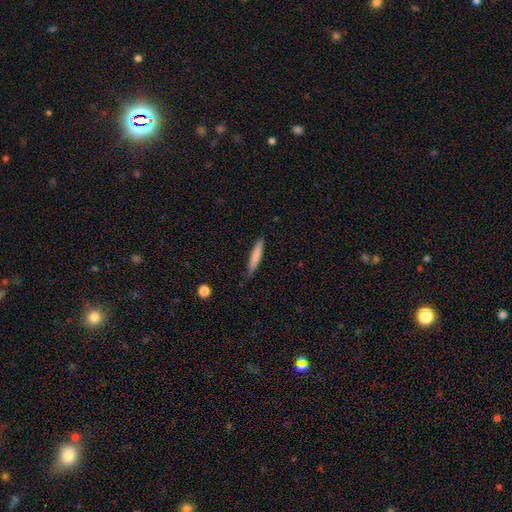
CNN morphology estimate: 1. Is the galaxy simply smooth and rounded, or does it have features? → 75% smooth, 19% featured or disk, 6% star or artifact.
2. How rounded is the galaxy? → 91% cigar-shaped, 7% in between, 1% round.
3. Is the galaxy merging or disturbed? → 80% none, 16% minor disturbance, 3% major disturbance, 2% merger.